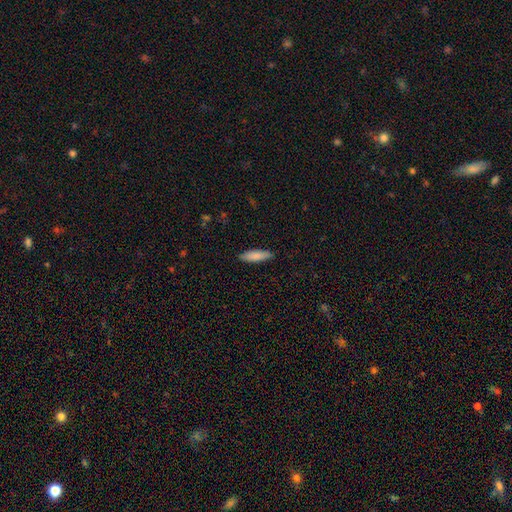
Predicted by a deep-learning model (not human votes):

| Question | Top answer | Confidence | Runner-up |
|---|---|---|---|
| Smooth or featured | smooth | 85% | featured or disk (9%) |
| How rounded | cigar-shaped | 60% | in between (38%) |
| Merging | none | 89% | minor disturbance (9%) |